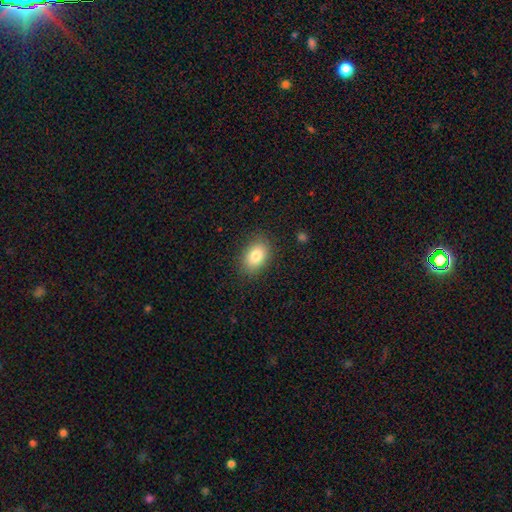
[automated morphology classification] This appears to be a smooth galaxy with no disk features (82%) that is in between round and cigar-shaped (81%). Merging: none (85%).